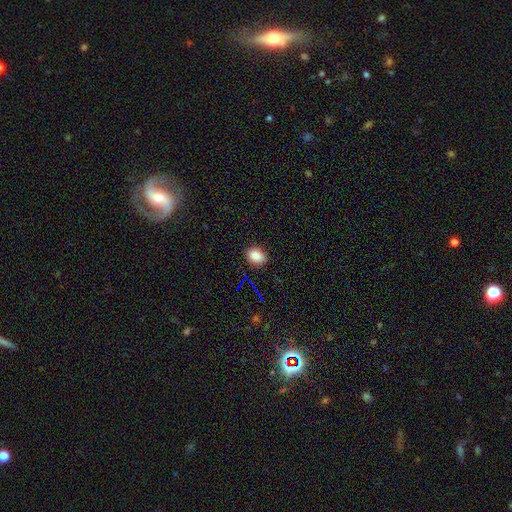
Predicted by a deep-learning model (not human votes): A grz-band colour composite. It shows a smooth galaxy with no disk features (84%) that is in between round and cigar-shaped (65%). Merging: none (86%).